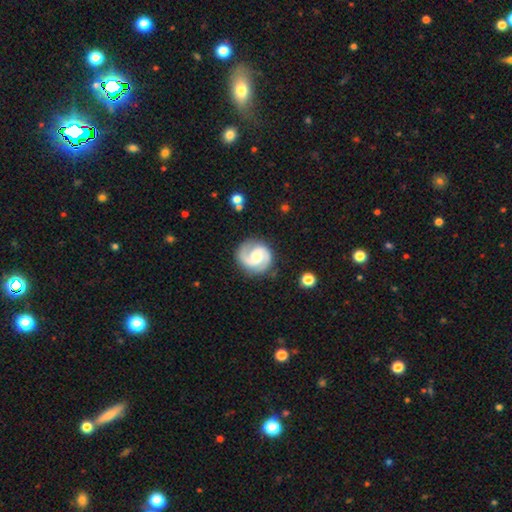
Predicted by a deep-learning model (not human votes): A featured or disk galaxy (86%) with no bar (49%), 2 (88%) medium (50%) spiral arms (98%) and a moderate central bulge (49%). Merging: none (82%).